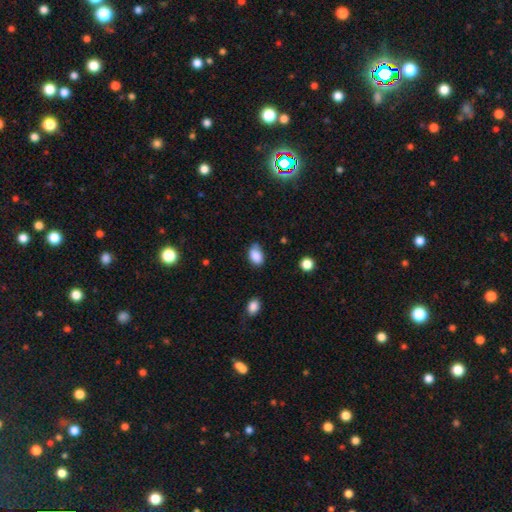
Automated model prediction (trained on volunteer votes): Smooth or featured?
  - smooth: 87% *
  - star or artifact: 8%
  - featured or disk: 5%
How rounded?
  - in between: 86% *
  - round: 13%
  - cigar-shaped: 1%
Merging?
  - none: 66% *
  - minor disturbance: 26%
  - major disturbance: 5%
  - merger: 2%